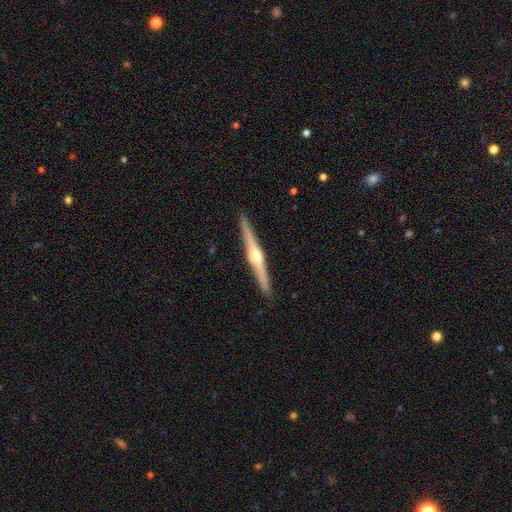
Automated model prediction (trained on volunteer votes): Overall: featured or disk (78%). Edge-on disk: yes (98%). Edge-on bulge: rounded (90%). Merging: none (92%).